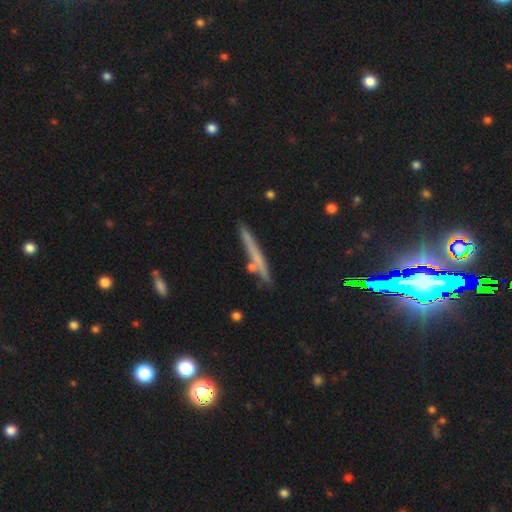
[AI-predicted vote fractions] This is possibly a smooth galaxy (50%). How rounded: clearly cigar-shaped (95%). Merging: clearly none (82%).